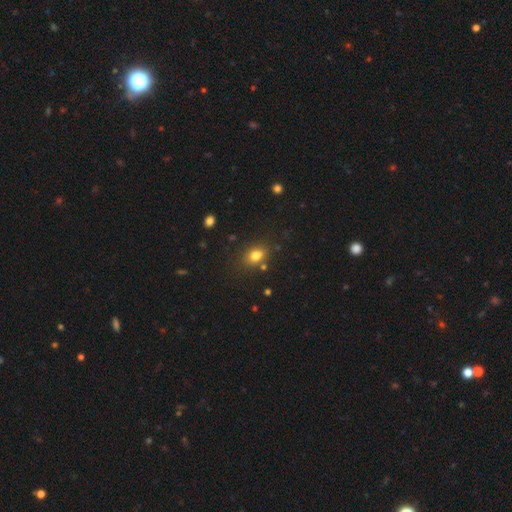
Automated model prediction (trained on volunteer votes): A smooth galaxy with no disk features (78%) that is in between round and cigar-shaped (69%). Merging: none (76%).